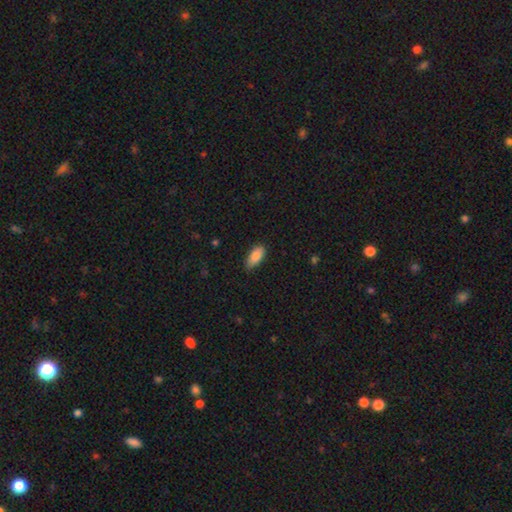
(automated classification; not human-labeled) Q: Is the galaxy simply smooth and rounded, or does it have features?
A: smooth — 87%.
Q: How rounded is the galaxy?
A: in between — 86%.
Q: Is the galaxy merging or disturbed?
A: none — 78%.